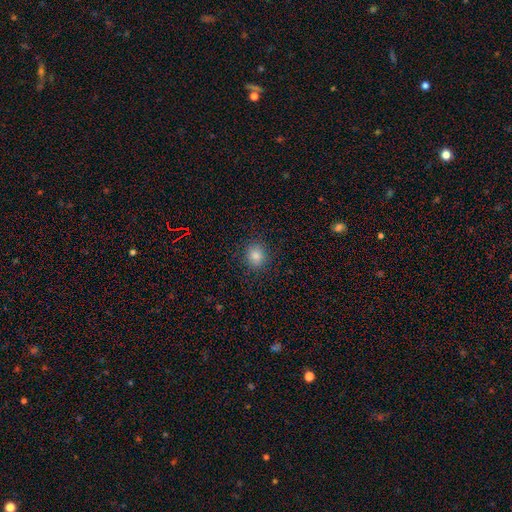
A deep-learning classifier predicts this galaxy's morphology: Smooth or featured? smooth (80%)
How rounded? round (75%)
Merging? none (89%)